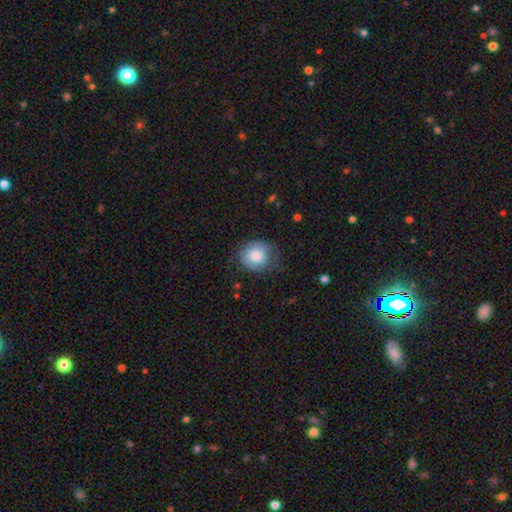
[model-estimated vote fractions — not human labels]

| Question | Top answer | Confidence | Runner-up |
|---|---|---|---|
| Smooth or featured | smooth | 71% | featured or disk (22%) |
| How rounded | round | 71% | in between (28%) |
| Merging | none | 57% | minor disturbance (28%) |